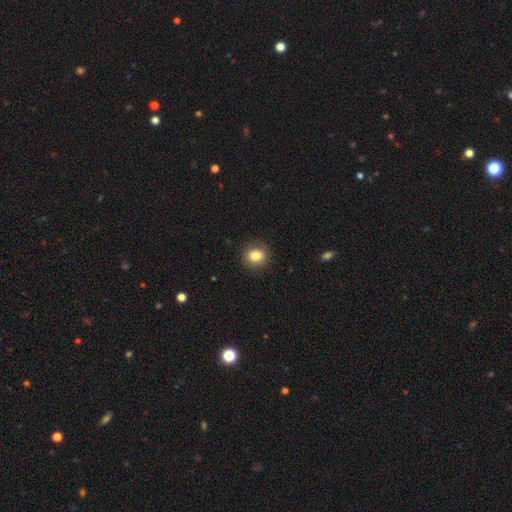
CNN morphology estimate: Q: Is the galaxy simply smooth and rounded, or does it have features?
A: smooth — 84%.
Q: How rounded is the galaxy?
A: round — 74%.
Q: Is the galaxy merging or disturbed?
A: none — 89%.